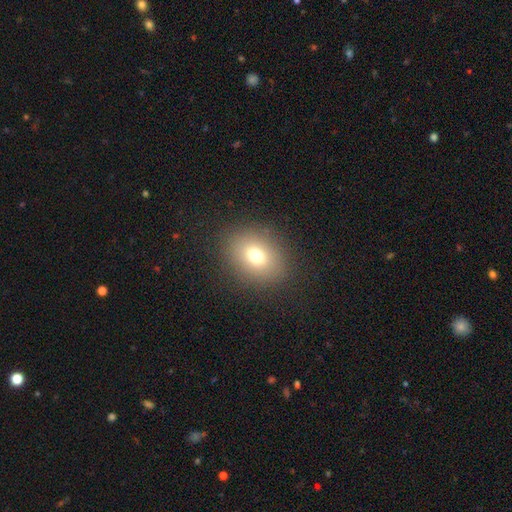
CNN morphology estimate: This appears to be a smooth galaxy with no disk features (73%) that is in between round and cigar-shaped (55%). Merging: none (86%).